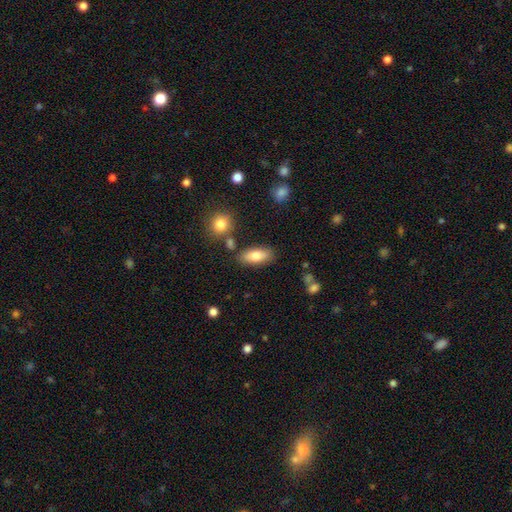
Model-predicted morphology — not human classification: Smooth or featured? Predicted: smooth (p=0.79). How rounded? Predicted: in between (p=0.82). Merging? Predicted: none (p=0.80).